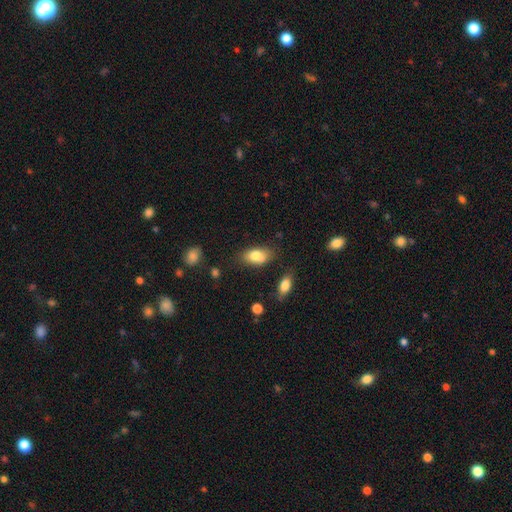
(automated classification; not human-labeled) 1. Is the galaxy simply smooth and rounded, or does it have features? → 80% smooth, 12% featured or disk, 8% star or artifact.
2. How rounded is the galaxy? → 90% in between, 7% round, 4% cigar-shaped.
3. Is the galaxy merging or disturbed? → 73% none, 19% minor disturbance, 4% major disturbance, 4% merger.